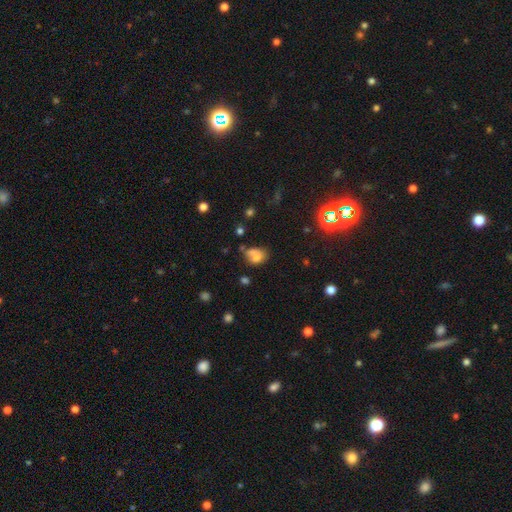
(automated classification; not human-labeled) Smooth or featured? smooth (67%)
How rounded? in between (63%)
Merging? none (35%)